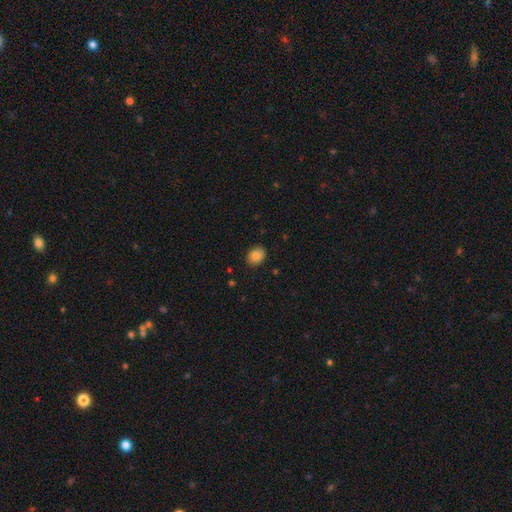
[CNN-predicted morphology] This appears to be a smooth galaxy with no disk features (84%) that is in between round and cigar-shaped (53%). Merging: none (88%).